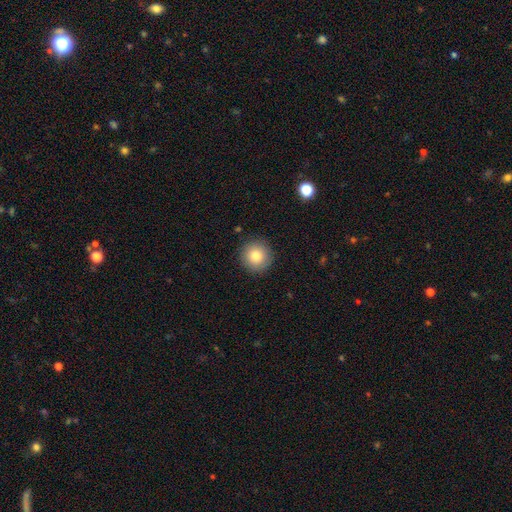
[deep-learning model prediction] A smooth galaxy with no disk features (83%) that is round (95%). Merging: none (91%).